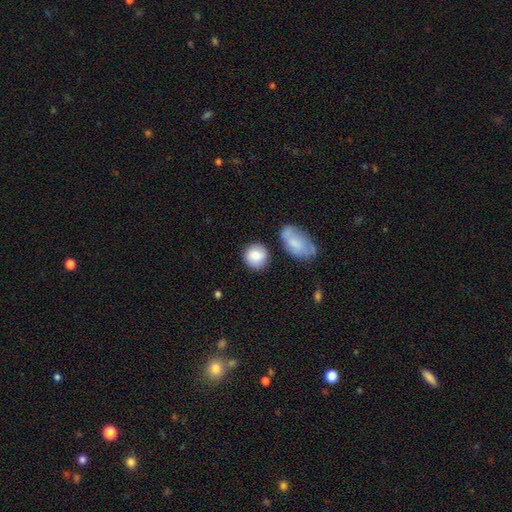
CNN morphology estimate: smooth-or-featured: smooth: 86% | featured or disk: 8% | star or artifact: 6%
  how-rounded: round: 81% | in between: 18% | cigar-shaped: 2%
  merging: none: 74% | minor disturbance: 14% | merger: 8% | major disturbance: 4%